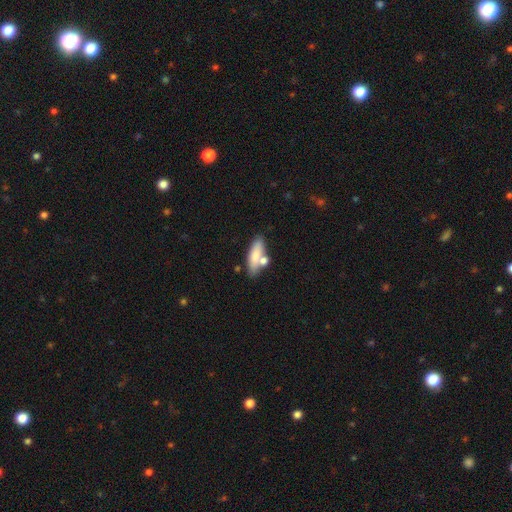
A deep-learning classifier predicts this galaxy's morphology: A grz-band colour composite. It shows a smooth galaxy with no disk features (74%) that is in between round and cigar-shaped (60%). Merging: none (59%).